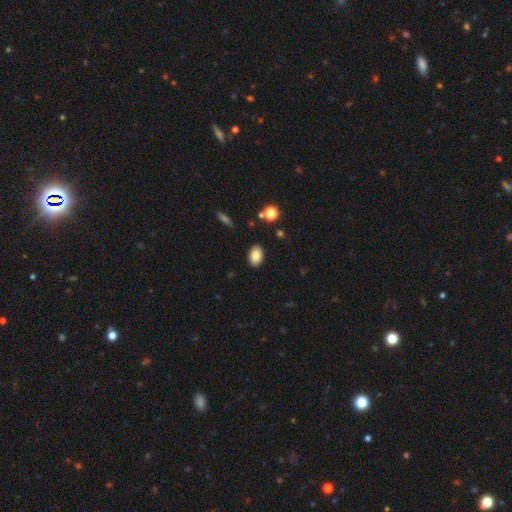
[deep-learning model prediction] A smooth galaxy with no disk features (84%) that is in between round and cigar-shaped (88%).

Vote fractions:
- Smooth or featured? smooth: 84% / star or artifact: 9% / featured or disk: 7%
- How rounded? in between: 88% / round: 11% / cigar-shaped: 1%
- Merging? none: 88% / minor disturbance: 8% / major disturbance: 2% / merger: 1%